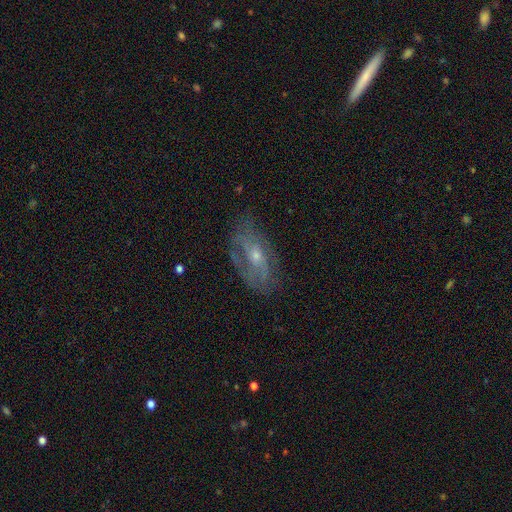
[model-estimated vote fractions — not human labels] A featured or disk galaxy (66%) with no bar (66%), spiral arms (66%) and a small central bulge (55%).

Vote fractions:
- Smooth or featured? featured or disk: 66% / smooth: 25% / star or artifact: 9%
- Edge-on disk? no: 91% / yes: 9%
- Bar? no: 66% / weak: 28% / strong: 6%
- Spiral arms? yes: 66% / no: 34%
- Bulge size? small: 55% / moderate: 40% / none: 2% / large: 2% / dominant: 1%
- Merging? none: 61% / minor disturbance: 24% / major disturbance: 13% / merger: 2%